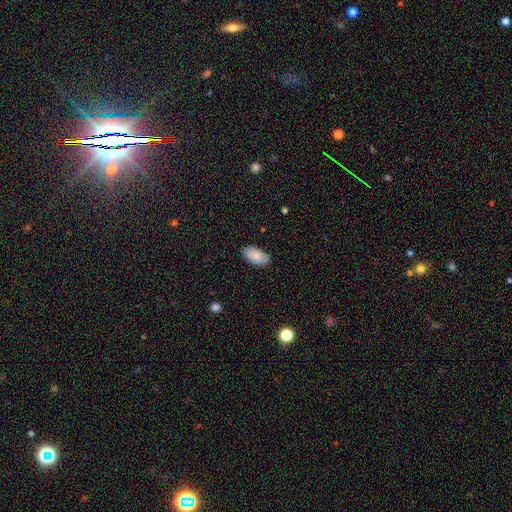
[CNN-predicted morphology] Overall: smooth (88%). How rounded: in between (95%). Merging: none (84%).